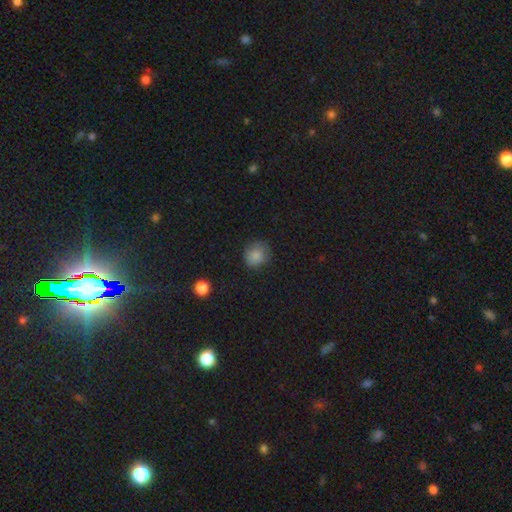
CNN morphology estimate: Smooth or featured? Predicted: smooth (p=0.84). How rounded? Predicted: round (p=0.79). Merging? Predicted: none (p=0.77).